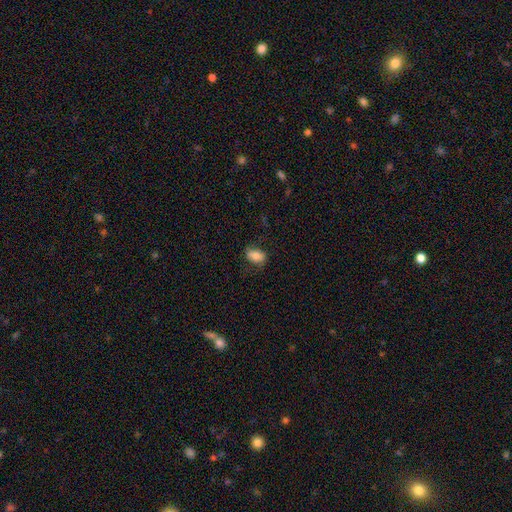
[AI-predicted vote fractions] Overall: smooth (76%). How rounded: in between (85%). Merging: none (73%).